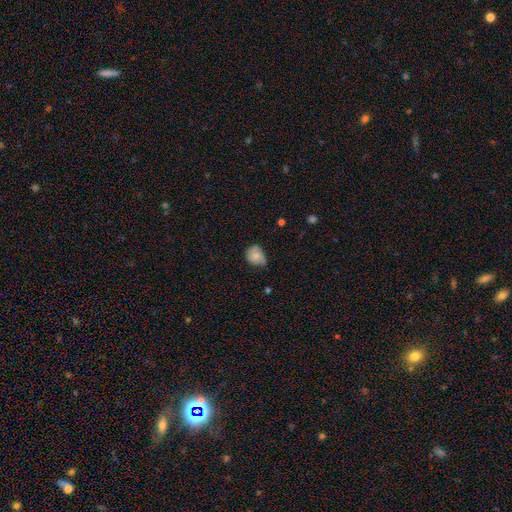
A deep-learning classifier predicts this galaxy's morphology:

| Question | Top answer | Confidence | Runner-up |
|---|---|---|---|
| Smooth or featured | smooth | 75% | featured or disk (17%) |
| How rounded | round | 55% | in between (44%) |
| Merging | minor disturbance | 46% | none (42%) |